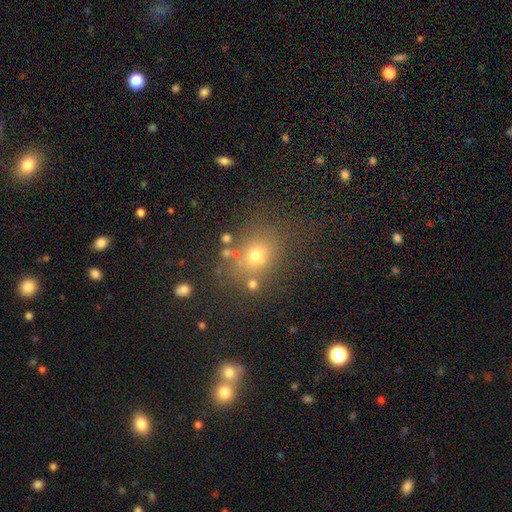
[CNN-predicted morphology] Smooth or featured? Predicted: smooth (p=0.65). How rounded? Predicted: round (p=0.59). Merging? Predicted: none (p=0.69).